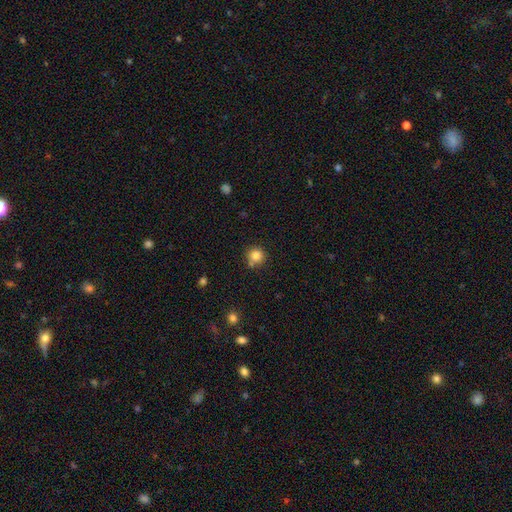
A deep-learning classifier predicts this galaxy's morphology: type=smooth (82%); roundness=round (92%); merging=none (73%).